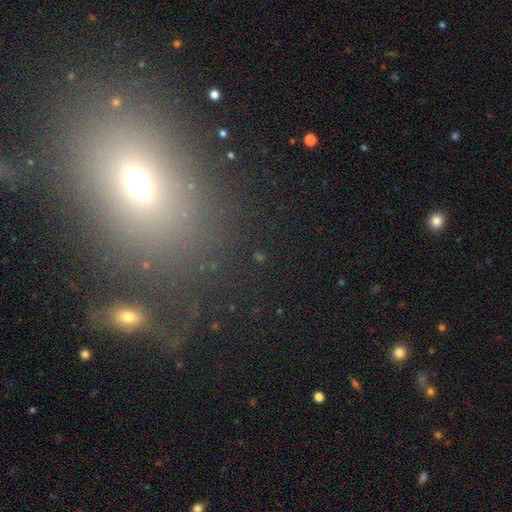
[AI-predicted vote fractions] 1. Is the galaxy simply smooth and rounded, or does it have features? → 42% smooth, 40% star or artifact, 18% featured or disk.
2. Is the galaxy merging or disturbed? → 71% none, 11% minor disturbance, 10% major disturbance, 8% merger.